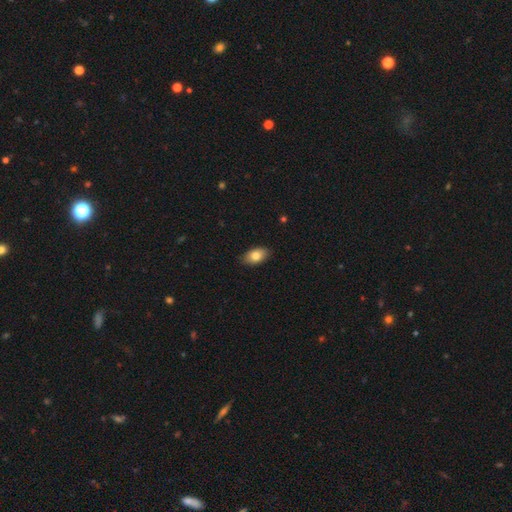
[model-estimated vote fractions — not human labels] A smooth galaxy with no disk features (81%) that is in between round and cigar-shaped (92%).

Vote fractions:
- Smooth or featured? smooth: 81% / featured or disk: 12% / star or artifact: 7%
- How rounded? in between: 92% / round: 6% / cigar-shaped: 2%
- Merging? none: 86% / minor disturbance: 11% / major disturbance: 2% / merger: 1%